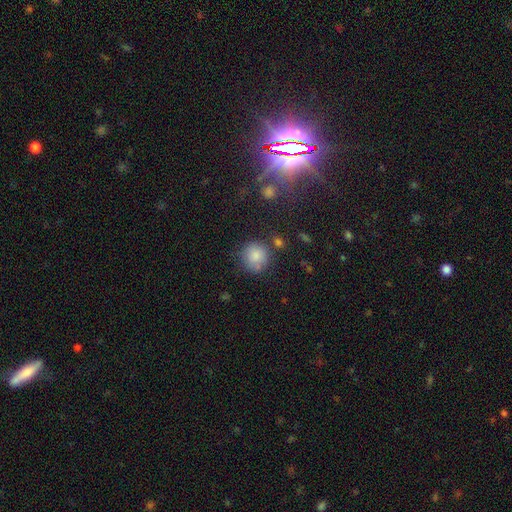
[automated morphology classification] Smooth or featured: smooth — 84% (star or artifact — 9%)
How rounded: round — 91% (in between — 8%)
Merging: none — 72% (minor disturbance — 15%)